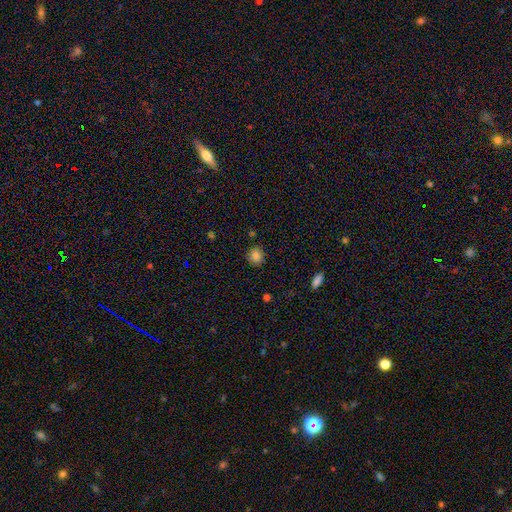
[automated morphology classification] Q: Smooth or featured?
A: smooth (84%); runner-up: star or artifact (11%)
Q: How rounded?
A: round (86%); runner-up: in between (13%)
Q: Merging?
A: none (87%); runner-up: minor disturbance (9%)